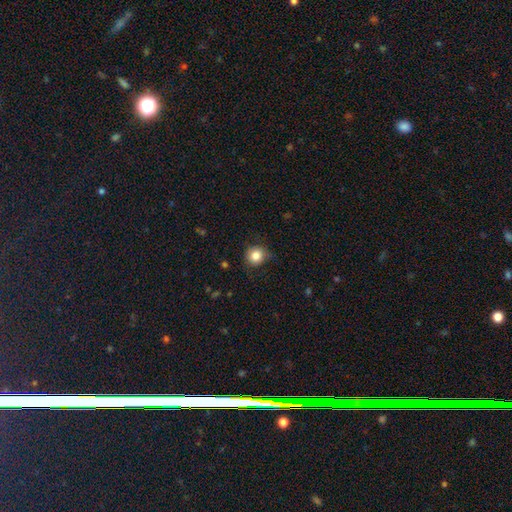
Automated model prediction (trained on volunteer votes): This is clearly a smooth galaxy (83%). How rounded: clearly round (90%). Merging: likely none (75%).